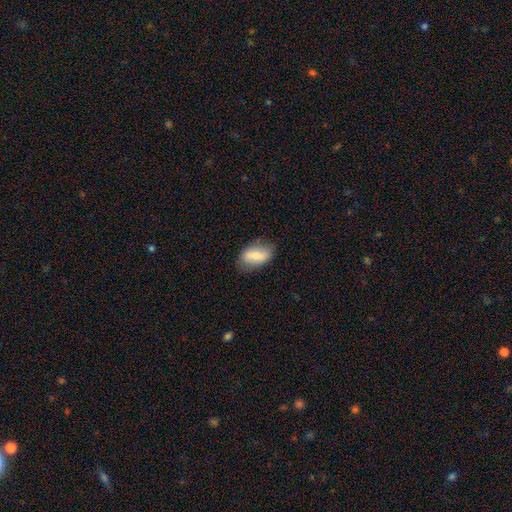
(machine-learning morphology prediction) A smooth galaxy with no disk features (70%) that is in between round and cigar-shaped (91%). Merging: none (74%).